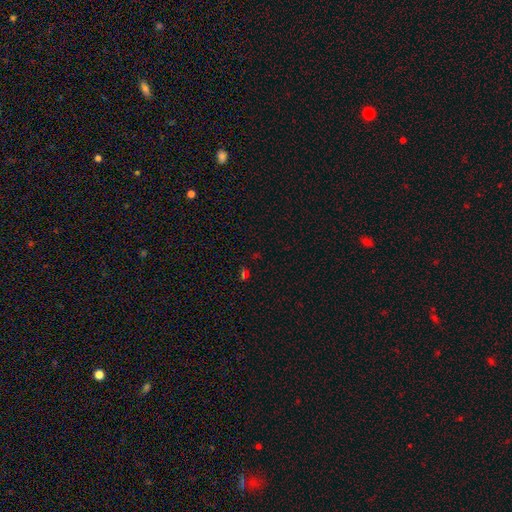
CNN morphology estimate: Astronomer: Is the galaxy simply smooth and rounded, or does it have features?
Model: star or artifact — 54% (runner-up: smooth, 38%).